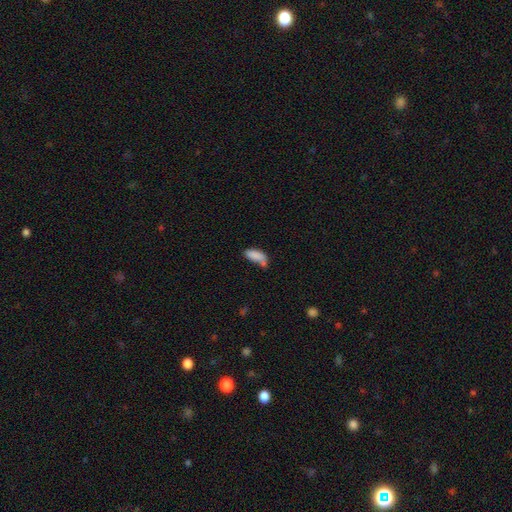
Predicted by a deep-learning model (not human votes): Overall: smooth (82%). How rounded: in between (82%). Merging: none (37%; minor disturbance 28%).